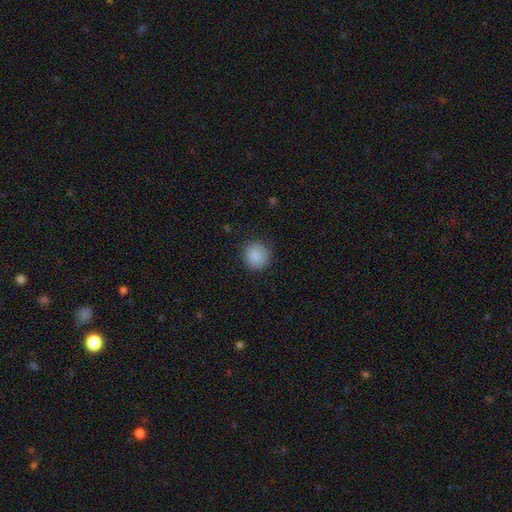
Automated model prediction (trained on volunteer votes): smooth 89%, star or artifact 8%, featured or disk 4%. Down the decision tree: how rounded — round (90%); merging — none (87%).